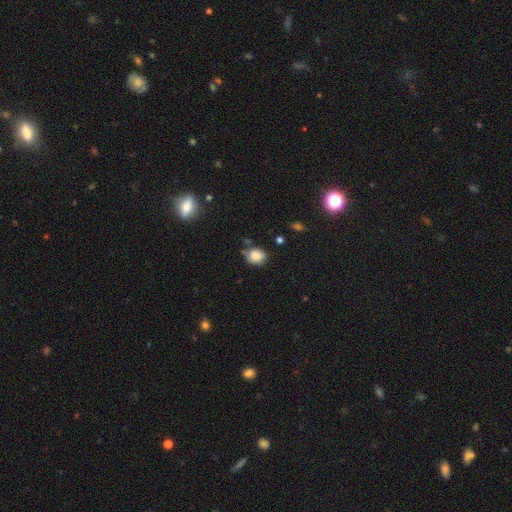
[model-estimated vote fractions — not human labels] Smooth or featured? Predicted: smooth (p=0.84). How rounded? Predicted: round (p=0.74). Merging? Predicted: none (p=0.66).